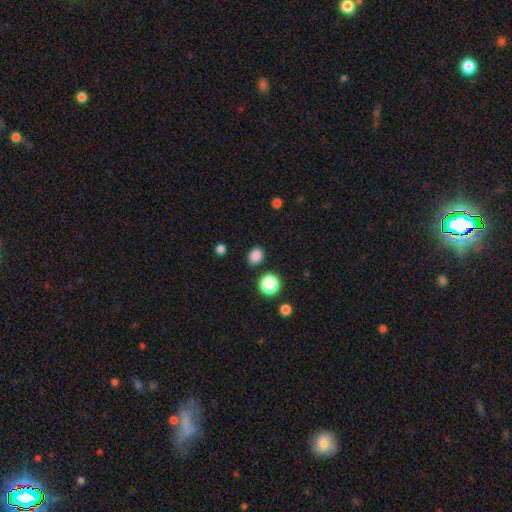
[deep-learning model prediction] A smooth galaxy with no disk features (84%) that is in between round and cigar-shaped (58%).

Vote fractions:
- Smooth or featured? smooth: 84% / star or artifact: 12% / featured or disk: 3%
- How rounded? in between: 58% / round: 41% / cigar-shaped: 1%
- Merging? none: 86% / minor disturbance: 9% / merger: 3% / major disturbance: 3%